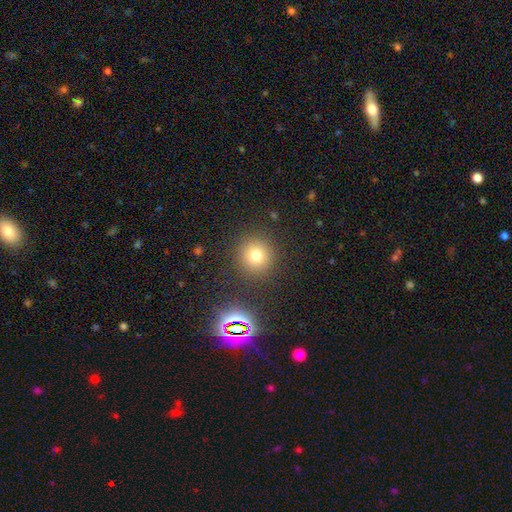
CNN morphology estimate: type=smooth (73%); roundness=round (94%); merging=none (88%).